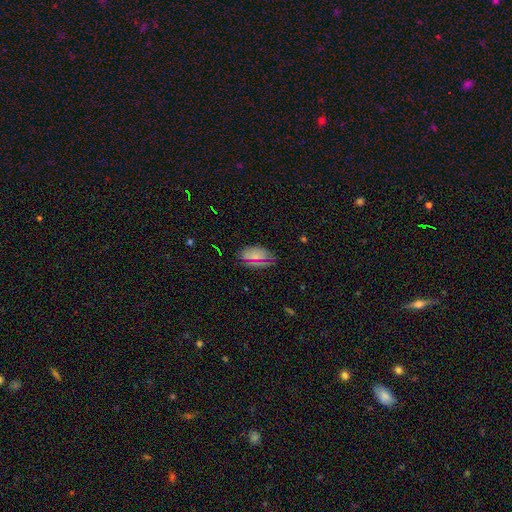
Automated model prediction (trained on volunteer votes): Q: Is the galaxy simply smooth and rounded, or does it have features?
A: smooth — 68%.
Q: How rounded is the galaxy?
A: in between — 90%.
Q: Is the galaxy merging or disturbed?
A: none — 81%.